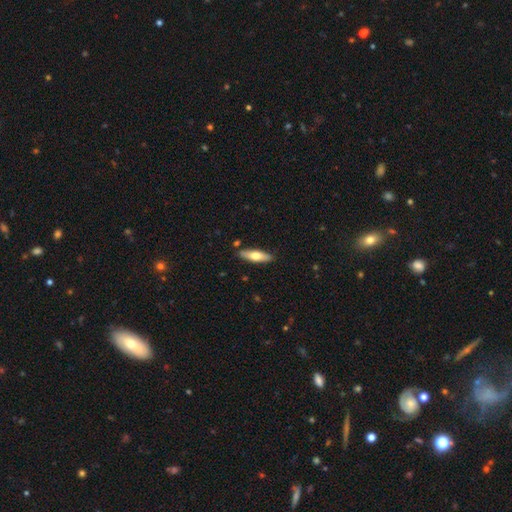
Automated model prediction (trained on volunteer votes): smooth-or-featured: smooth: 61% | featured or disk: 34% | star or artifact: 5%
  how-rounded: cigar-shaped: 57% | in between: 41% | round: 2%
  merging: none: 87% | minor disturbance: 9% | merger: 2% | major disturbance: 2%